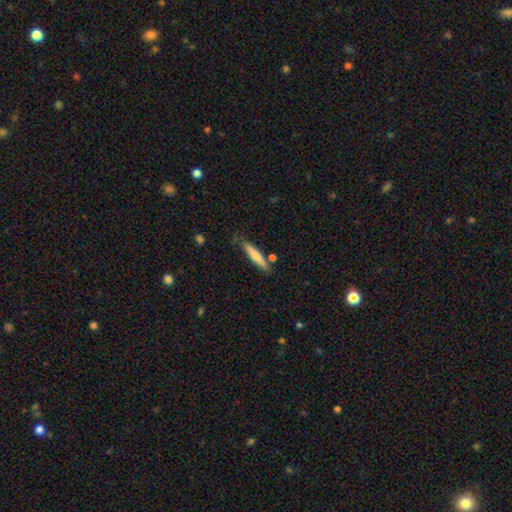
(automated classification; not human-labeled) The model was most divided on "smooth or featured": smooth: 68%, featured or disk: 26%, star or artifact: 6%. More confident: how rounded — cigar-shaped (89%); merging — none (76%).